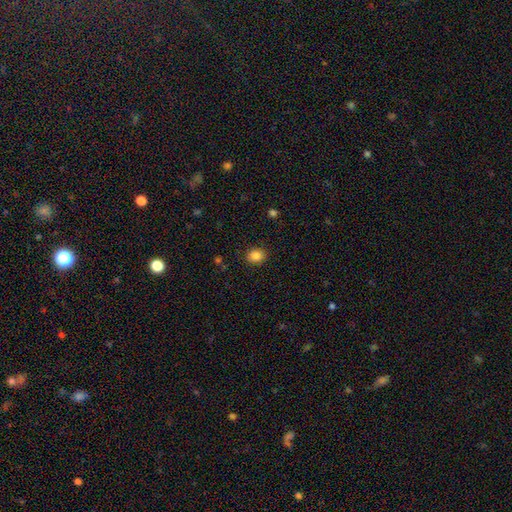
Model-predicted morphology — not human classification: Smooth or featured? smooth (86%)
How rounded? round (57%)
Merging? none (88%)